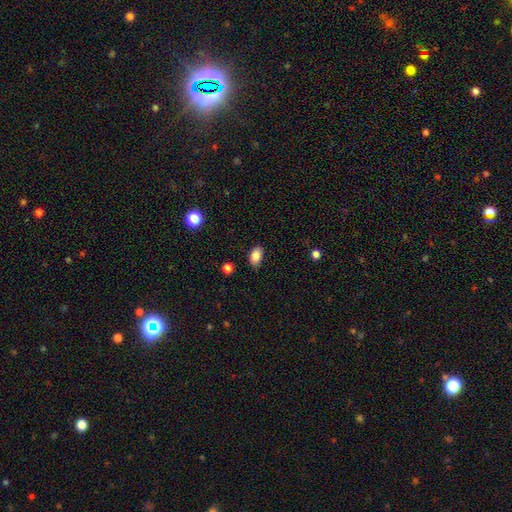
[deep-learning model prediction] A smooth galaxy with no disk features (87%) that is in between round and cigar-shaped (88%).

Vote fractions:
- Smooth or featured? smooth: 87% / star or artifact: 9% / featured or disk: 5%
- How rounded? in between: 88% / round: 10% / cigar-shaped: 1%
- Merging? none: 83% / minor disturbance: 14% / major disturbance: 3% / merger: 1%